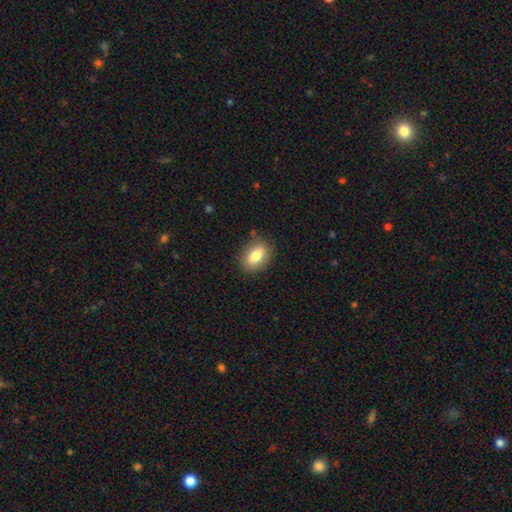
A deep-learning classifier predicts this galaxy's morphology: Overall: smooth (77%). How rounded: in between (76%). Merging: none (85%).